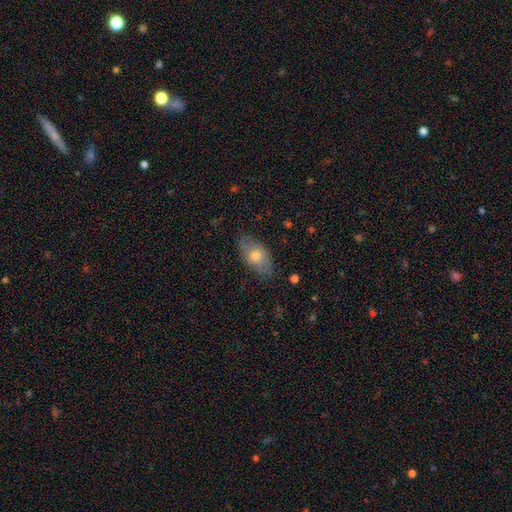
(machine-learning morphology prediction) A smooth galaxy with no disk features (67%) that is in between round and cigar-shaped (90%). Merging: none (81%).